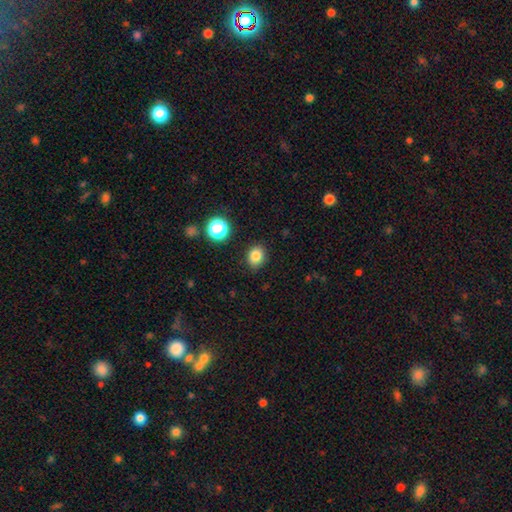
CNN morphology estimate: This is clearly a smooth galaxy (83%). How rounded: possibly round (57%). Merging: clearly none (87%).